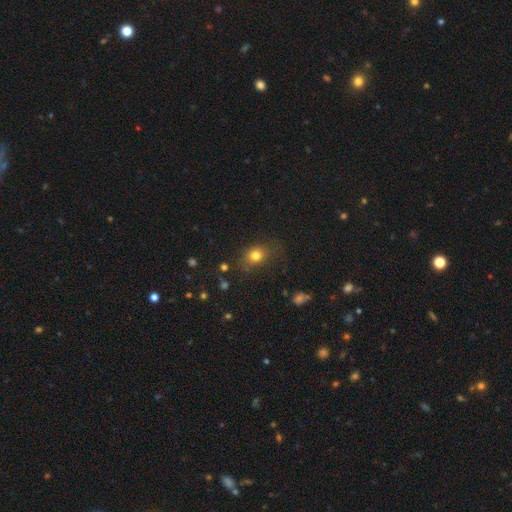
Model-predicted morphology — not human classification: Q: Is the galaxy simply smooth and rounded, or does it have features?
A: smooth — 78%.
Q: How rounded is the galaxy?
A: round — 51%.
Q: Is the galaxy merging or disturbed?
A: none — 75%.